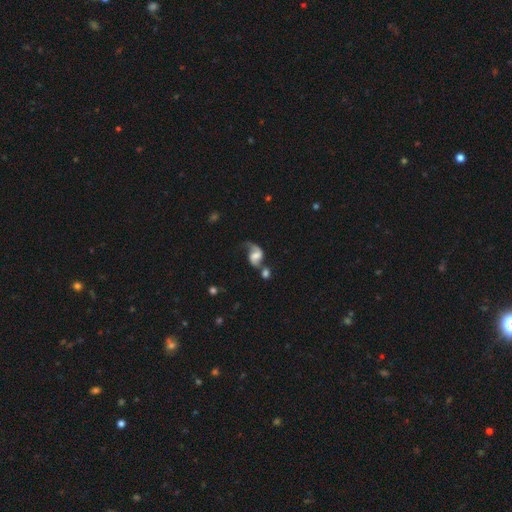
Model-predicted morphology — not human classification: smooth_or_featured: featured or disk (p=0.73) [alt: smooth p=0.19]
disk_edge_on: no (p=0.97) [alt: yes p=0.03]
bar: weak (p=0.44) [alt: no p=0.40]
has_spiral_arms: yes (p=0.91) [alt: no p=0.09]
spiral_winding: loose (p=0.68) [alt: medium p=0.26]
spiral_arm_count: 2 (p=0.69) [alt: 1 p=0.25]
bulge_size: moderate (p=0.33) [alt: small p=0.26]
merging: merger (p=0.33) [alt: none p=0.32]